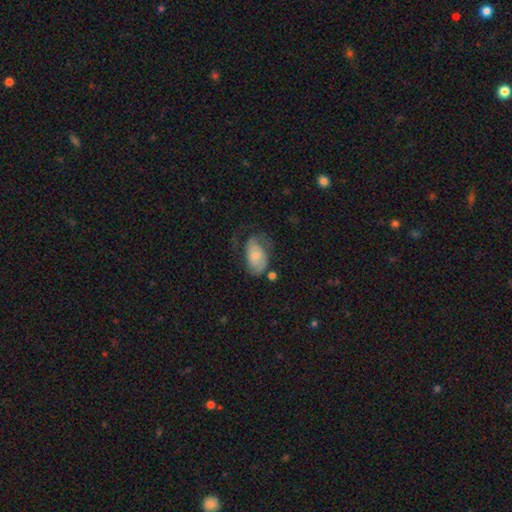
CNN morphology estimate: type=smooth (56%); roundness=in between (91%); merging=none (39%).